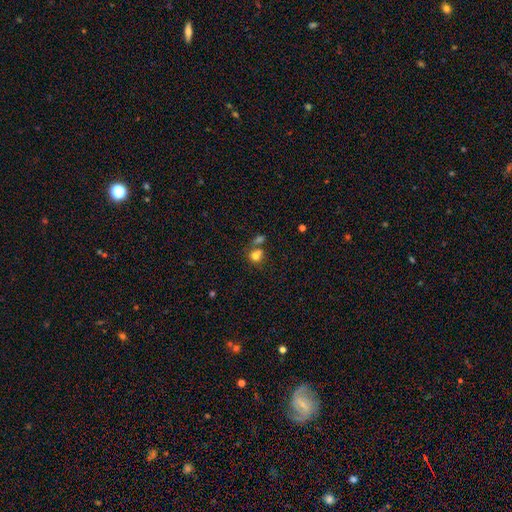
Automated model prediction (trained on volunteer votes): Q: Smooth or featured?
A: smooth (76%); runner-up: star or artifact (12%)
Q: How rounded?
A: round (72%); runner-up: in between (27%)
Q: Merging?
A: merger (43%); runner-up: none (41%)